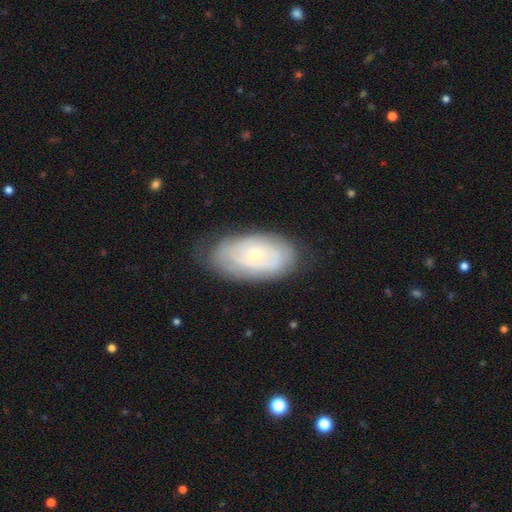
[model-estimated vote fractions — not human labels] The model was most divided on "smooth or featured": featured or disk: 62%, smooth: 32%, star or artifact: 6%. More confident: edge-on disk — no (94%); bar — no (79%); spiral arms — yes (75%); merging — none (75%); bulge size — small (73%).